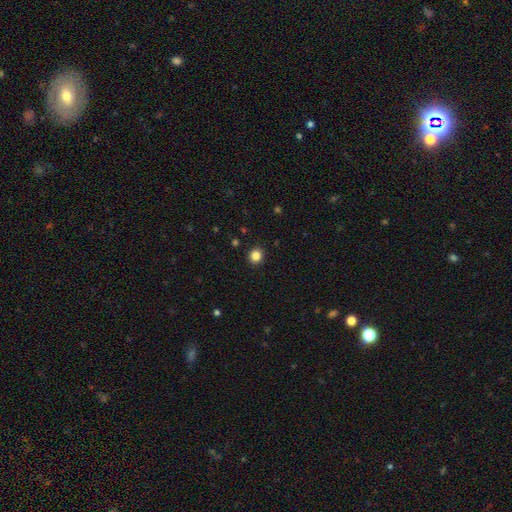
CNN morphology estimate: smooth_or_featured: smooth (p=0.84) [alt: star or artifact p=0.12]
how_rounded: round (p=0.91) [alt: in between p=0.08]
merging: none (p=0.92) [alt: minor disturbance p=0.05]